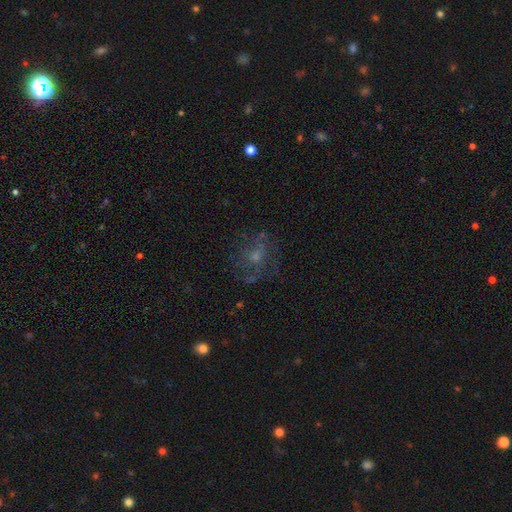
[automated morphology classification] smooth_or_featured: featured or disk (p=0.47) [alt: smooth p=0.32]
merging: none (p=0.59) [alt: major disturbance p=0.21]